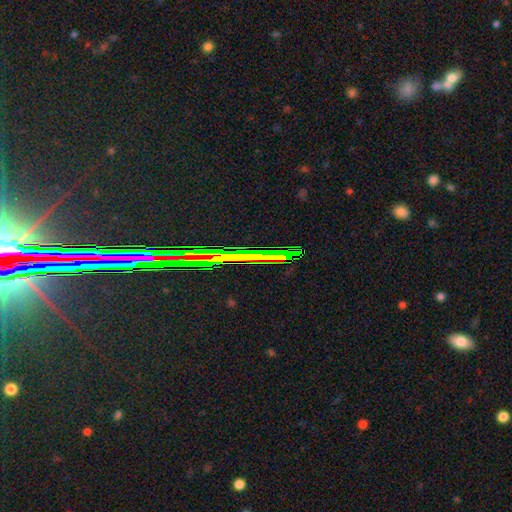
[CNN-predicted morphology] Overall: star or artifact (81%).